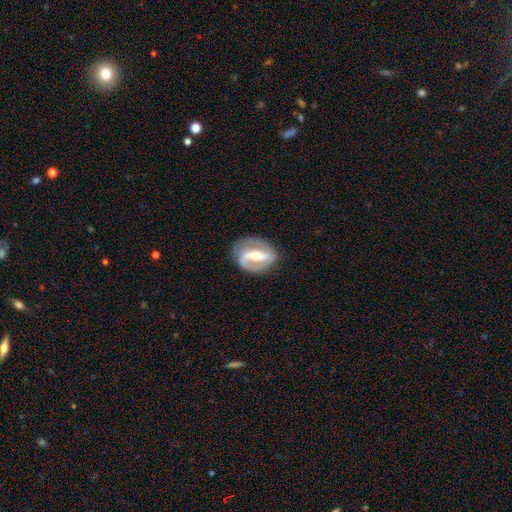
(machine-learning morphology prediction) A featured or disk galaxy (86%) with a strong bar (64%), 2 (86%) medium (44%) spiral arms (87%) and a moderate central bulge (63%). Merging: none (82%).